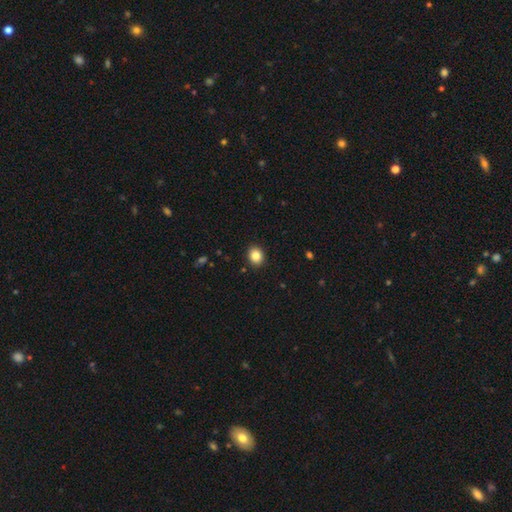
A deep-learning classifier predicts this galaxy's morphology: This appears to be a smooth galaxy with no disk features (85%) that is round (63%). Merging: none (91%).